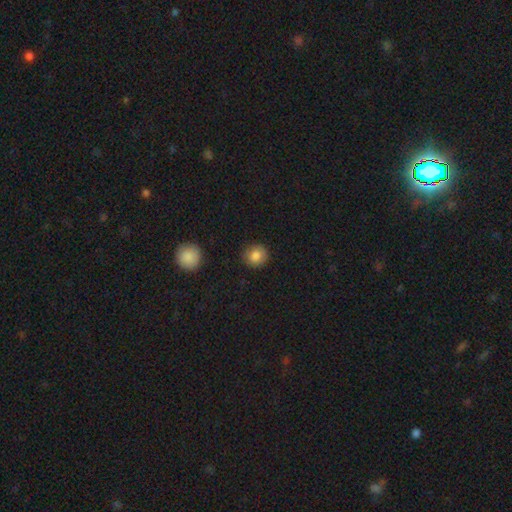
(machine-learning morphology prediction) Q: Smooth or featured?
A: smooth (83%); runner-up: star or artifact (9%)
Q: How rounded?
A: round (87%); runner-up: in between (12%)
Q: Merging?
A: none (86%); runner-up: minor disturbance (11%)